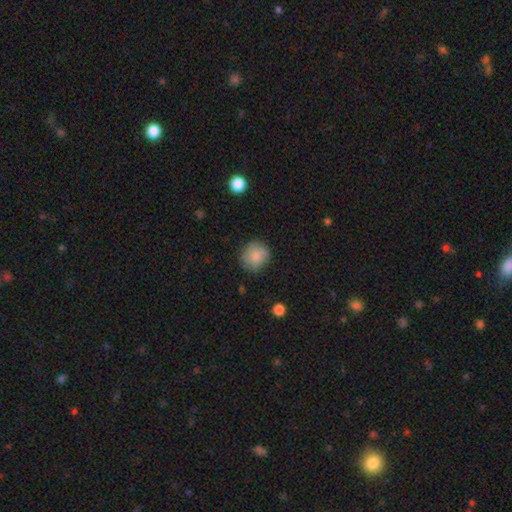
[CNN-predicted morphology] type=smooth (76%); roundness=round (85%); merging=none (76%).